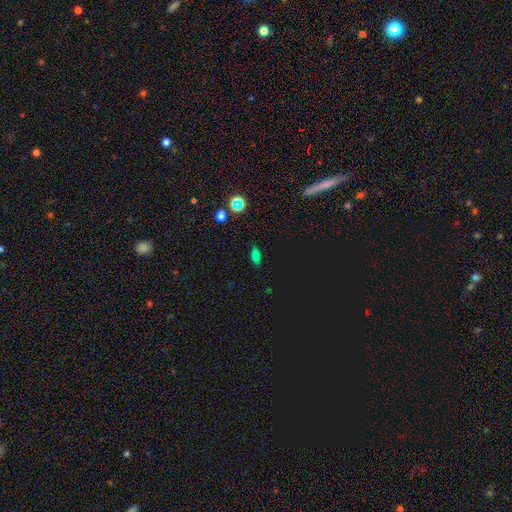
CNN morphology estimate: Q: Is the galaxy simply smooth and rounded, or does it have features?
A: smooth — 68%.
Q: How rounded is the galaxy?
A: in between — 78%.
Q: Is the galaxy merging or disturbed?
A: none — 84%.